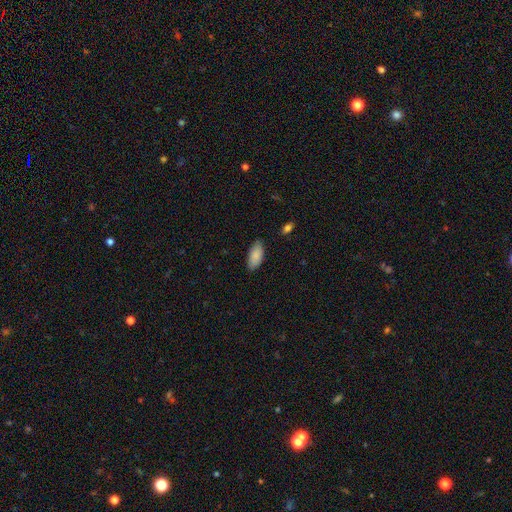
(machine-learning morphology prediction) This appears to be a smooth galaxy with no disk features (88%) that is in between round and cigar-shaped (91%). Merging: none (84%).